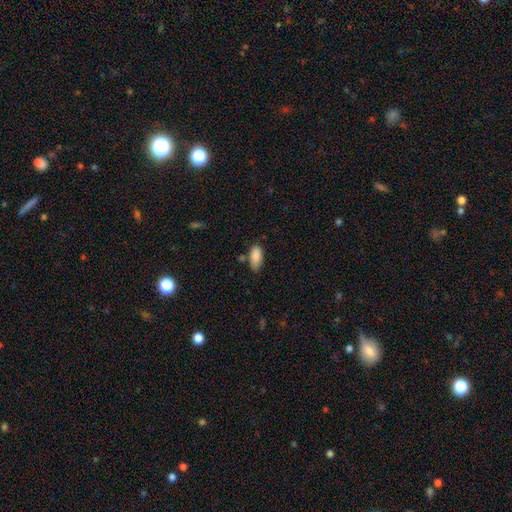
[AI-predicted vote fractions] Q: Smooth or featured?
A: smooth (87%); runner-up: star or artifact (7%)
Q: How rounded?
A: in between (89%); runner-up: cigar-shaped (8%)
Q: Merging?
A: none (61%); runner-up: minor disturbance (27%)